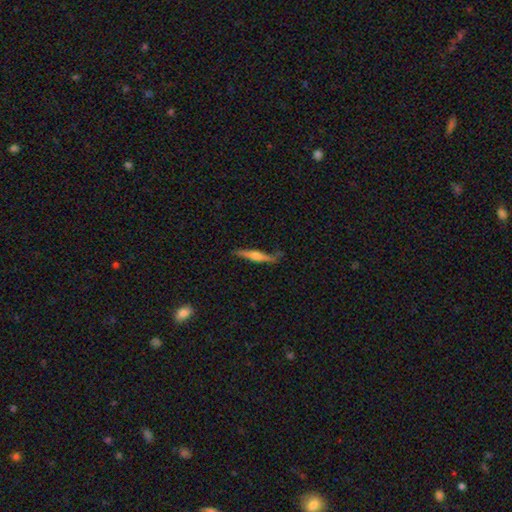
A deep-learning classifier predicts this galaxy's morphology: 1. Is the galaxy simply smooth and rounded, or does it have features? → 66% featured or disk, 28% smooth, 6% star or artifact.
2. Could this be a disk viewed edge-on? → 96% yes, 4% no.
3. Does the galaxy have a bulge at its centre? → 85% rounded, 10% boxy, 6% none.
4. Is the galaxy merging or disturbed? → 78% none, 16% minor disturbance, 4% major disturbance, 2% merger.